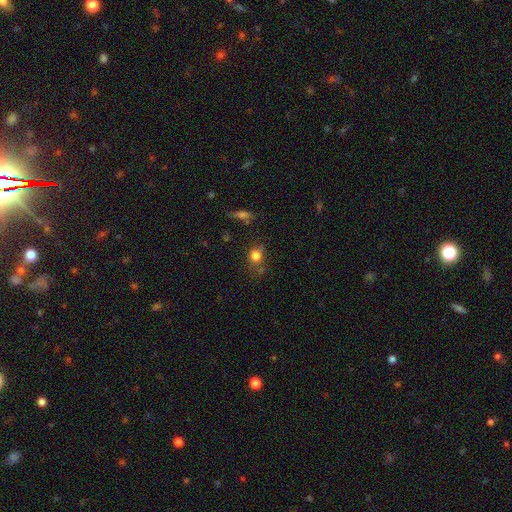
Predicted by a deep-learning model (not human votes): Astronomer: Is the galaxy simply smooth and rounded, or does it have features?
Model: smooth — 79%.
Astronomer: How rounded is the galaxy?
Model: round — 73%.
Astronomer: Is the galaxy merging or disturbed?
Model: none — 61%.